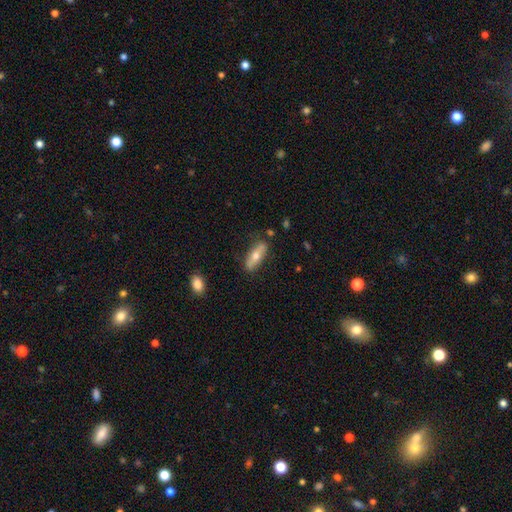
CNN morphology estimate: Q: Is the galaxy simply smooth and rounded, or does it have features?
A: smooth — 56%.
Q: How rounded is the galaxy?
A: in between — 55%.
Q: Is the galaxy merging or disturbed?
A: none — 79%.